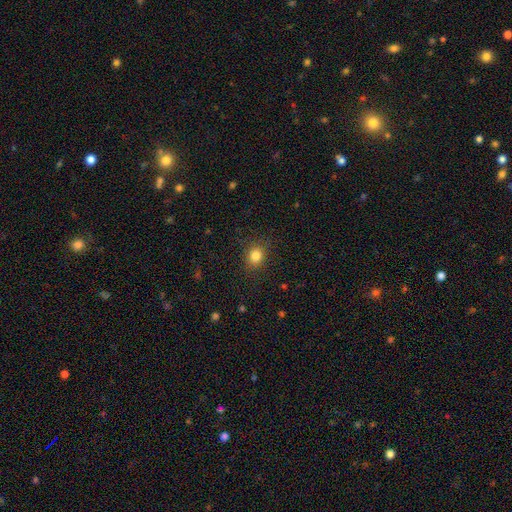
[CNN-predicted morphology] This appears to be a smooth galaxy with no disk features (83%) that is round (61%). Merging: none (85%).